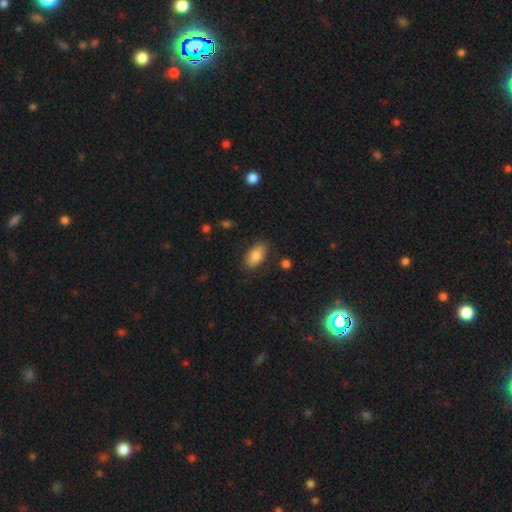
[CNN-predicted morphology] A smooth galaxy with no disk features (83%) that is in between round and cigar-shaped (93%). Merging: none (83%).